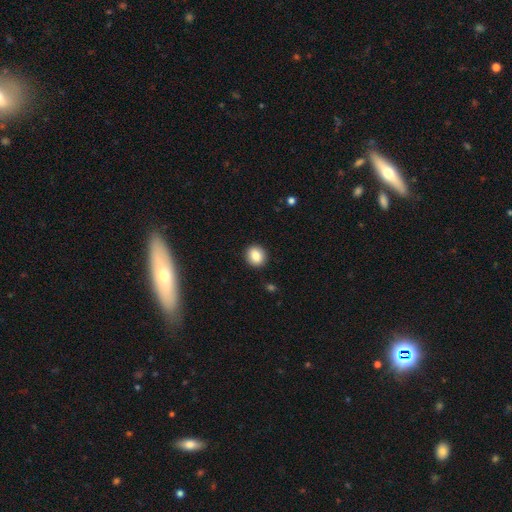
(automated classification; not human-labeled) Overall: smooth (85%). How rounded: round (75%). Merging: none (91%).